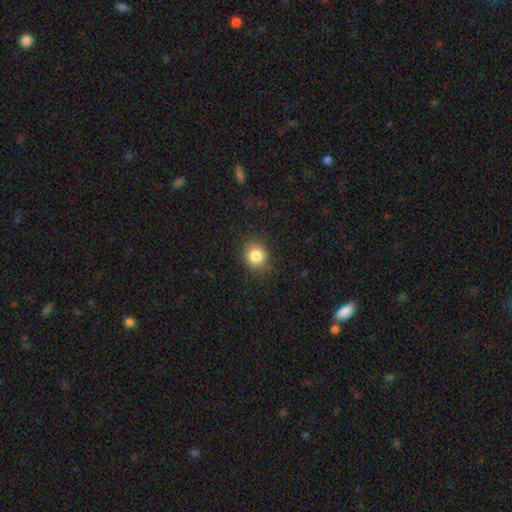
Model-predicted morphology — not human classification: This is clearly a smooth galaxy (84%). How rounded: likely round (75%). Merging: clearly none (86%).